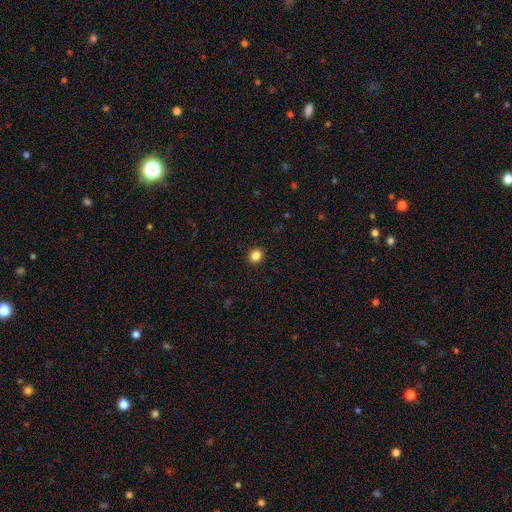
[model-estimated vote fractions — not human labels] Smooth or featured: smooth — 85% (star or artifact — 11%)
How rounded: round — 83% (in between — 17%)
Merging: none — 92% (minor disturbance — 5%)